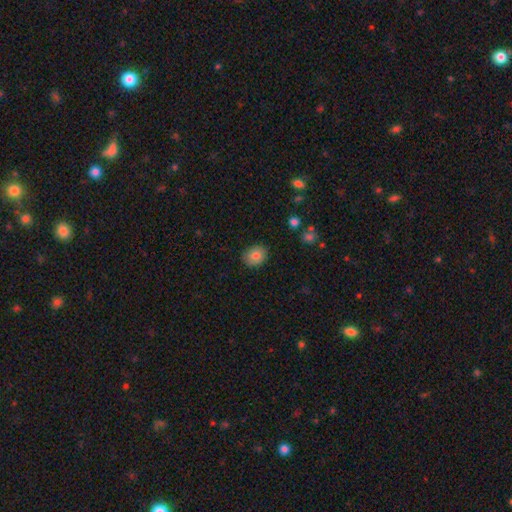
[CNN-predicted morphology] smooth-or-featured: smooth: 82% | featured or disk: 10% | star or artifact: 9%
  how-rounded: round: 56% | in between: 43% | cigar-shaped: 1%
  merging: none: 87% | minor disturbance: 9% | major disturbance: 2% | merger: 1%